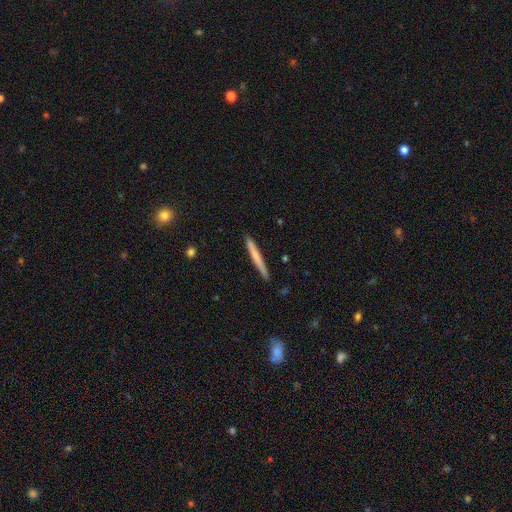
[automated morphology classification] Overall: smooth (62%; featured or disk 33%). How rounded: cigar-shaped (97%). Merging: none (90%).